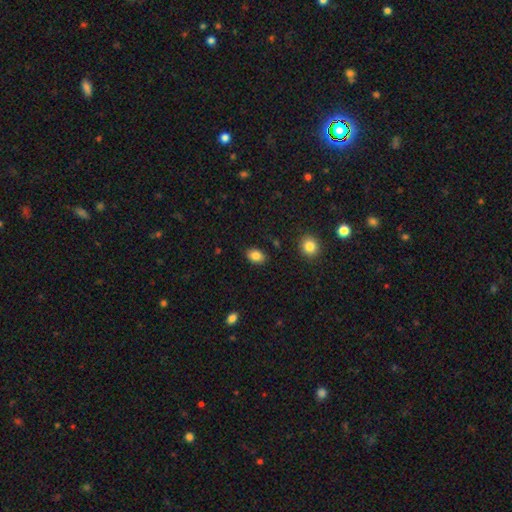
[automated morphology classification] Smooth or featured? smooth (85%)
How rounded? in between (76%)
Merging? none (86%)